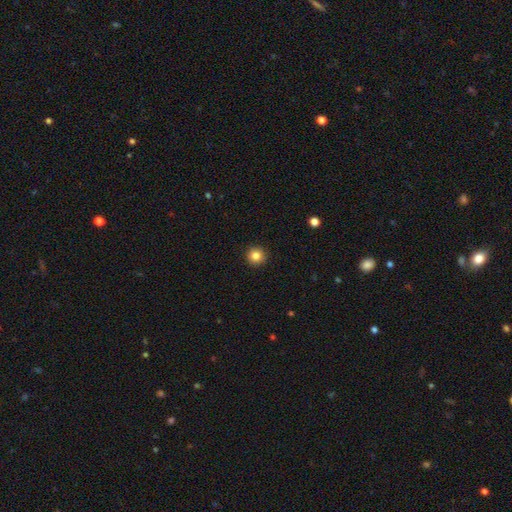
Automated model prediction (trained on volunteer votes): Morphology: type=smooth (84%); roundness=round (96%); merging=none (93%).